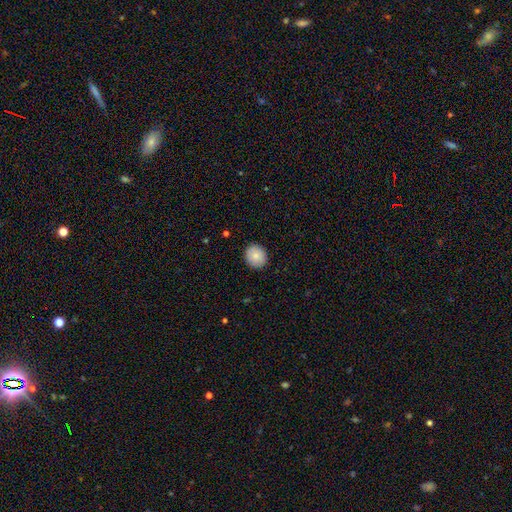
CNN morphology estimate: smooth 84%, featured or disk 8%, star or artifact 7%. Down the decision tree: how rounded — round (83%); merging — none (90%).